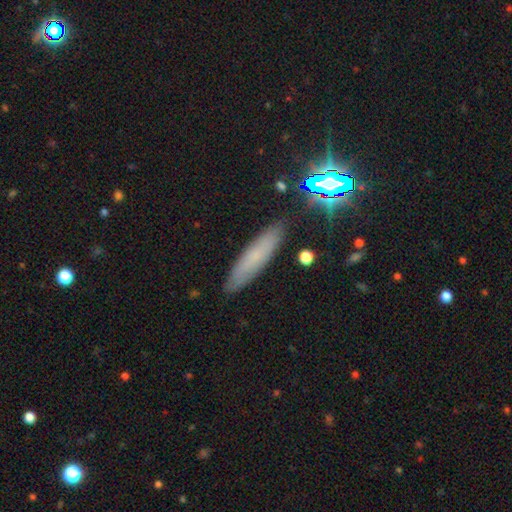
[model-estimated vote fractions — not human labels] A smooth galaxy with no disk features (60%) that is cigar-shaped (78%).

Vote fractions:
- Smooth or featured? smooth: 60% / featured or disk: 23% / star or artifact: 17%
- How rounded? cigar-shaped: 78% / in between: 20% / round: 2%
- Merging? none: 86% / minor disturbance: 10% / major disturbance: 2% / merger: 2%